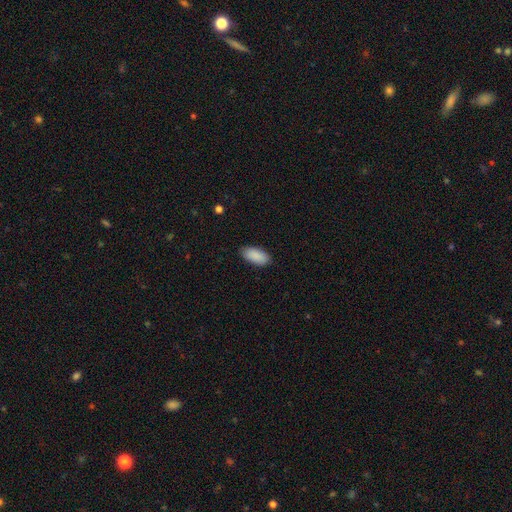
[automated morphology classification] Smooth or featured? Predicted: smooth (p=0.91). How rounded? Predicted: in between (p=0.92). Merging? Predicted: none (p=0.88).